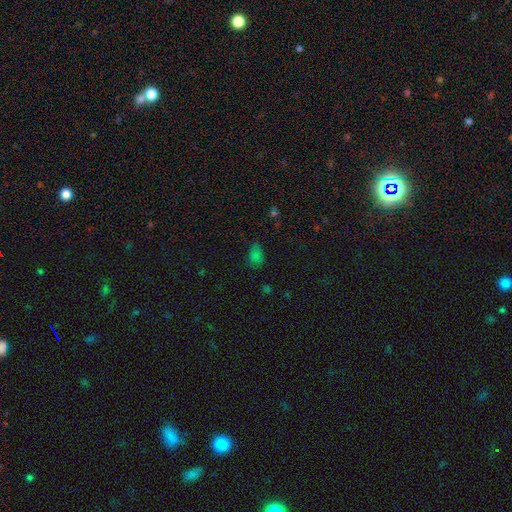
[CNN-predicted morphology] smooth-or-featured: smooth: 68% | star or artifact: 26% | featured or disk: 6%
  how-rounded: in between: 82% | round: 15% | cigar-shaped: 3%
  merging: none: 62% | minor disturbance: 26% | major disturbance: 9% | merger: 3%